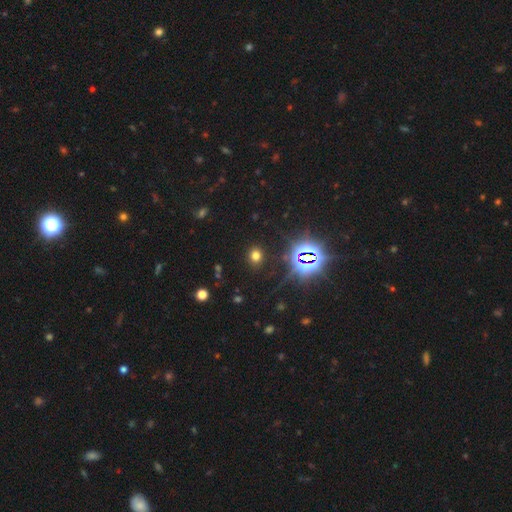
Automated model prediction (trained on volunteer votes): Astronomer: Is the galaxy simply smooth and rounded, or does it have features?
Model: smooth — 62%.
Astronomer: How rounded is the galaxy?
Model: round — 63%.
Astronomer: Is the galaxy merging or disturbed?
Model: none — 86%.